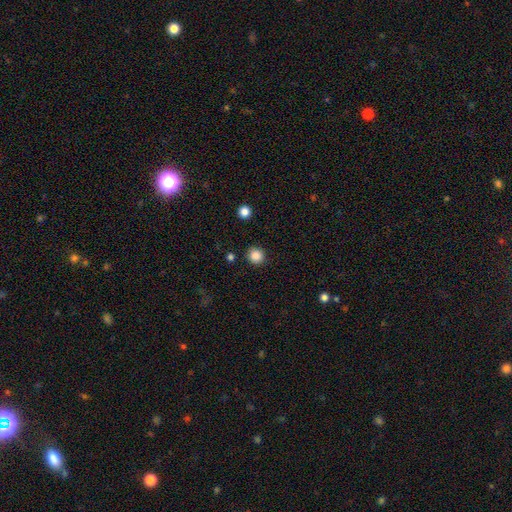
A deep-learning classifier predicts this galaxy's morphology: The model was most divided on "smooth or featured": smooth: 86%, star or artifact: 11%, featured or disk: 3%. More confident: how rounded — round (93%); merging — none (90%).